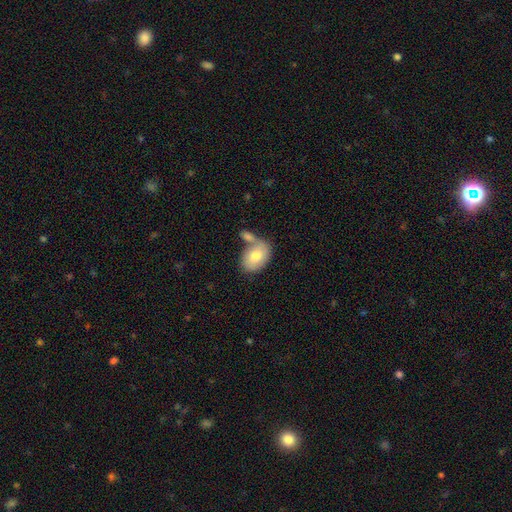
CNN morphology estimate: A smooth galaxy with no disk features (74%) that is in between round and cigar-shaped (81%). Merging: none (41%).